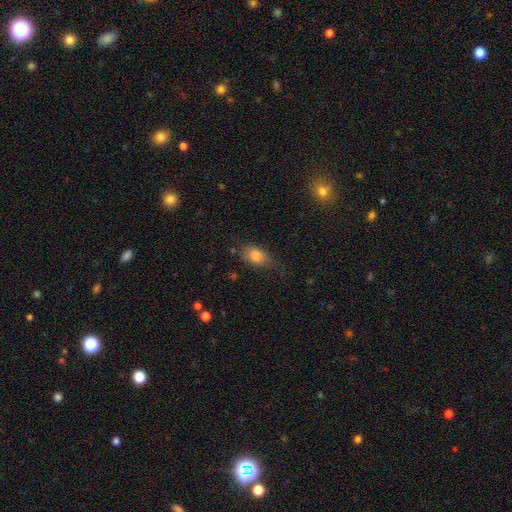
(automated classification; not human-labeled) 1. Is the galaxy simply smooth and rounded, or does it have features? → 79% smooth, 13% featured or disk, 9% star or artifact.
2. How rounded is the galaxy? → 79% in between, 17% round, 4% cigar-shaped.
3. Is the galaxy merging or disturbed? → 60% none, 27% minor disturbance, 10% major disturbance, 2% merger.